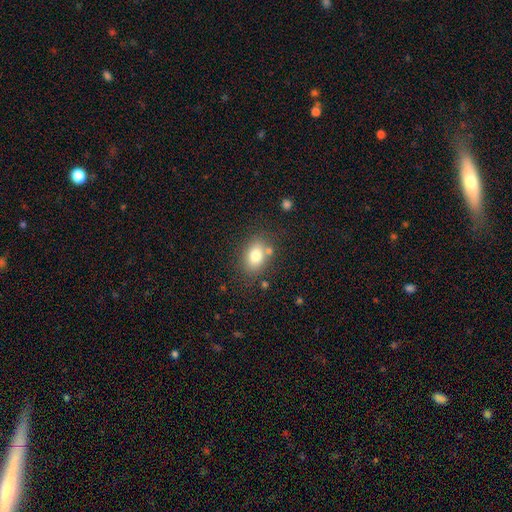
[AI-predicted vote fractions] This is likely a smooth galaxy (78%). How rounded: likely in between (75%). Merging: likely none (72%).